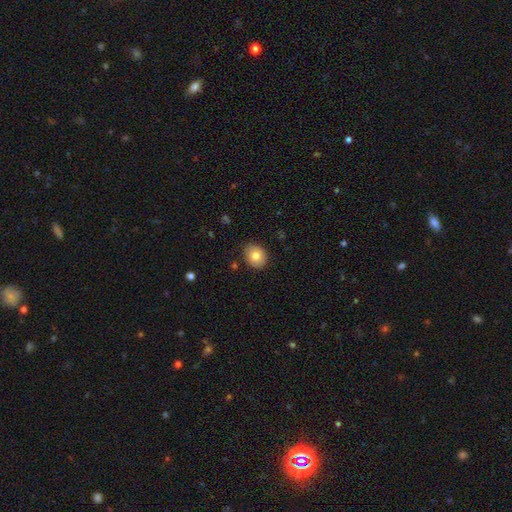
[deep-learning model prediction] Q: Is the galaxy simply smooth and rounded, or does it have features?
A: smooth — 80%.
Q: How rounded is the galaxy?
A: round — 68%.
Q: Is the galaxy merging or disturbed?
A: none — 86%.